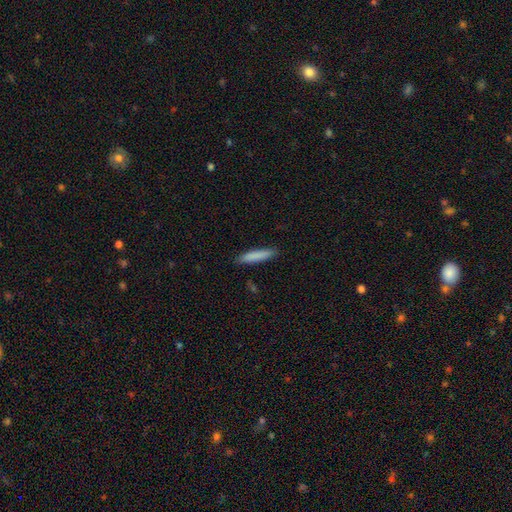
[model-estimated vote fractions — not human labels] smooth-or-featured: smooth: 84% | featured or disk: 10% | star or artifact: 6%
  how-rounded: cigar-shaped: 89% | in between: 10% | round: 1%
  merging: none: 87% | minor disturbance: 10% | major disturbance: 2% | merger: 1%